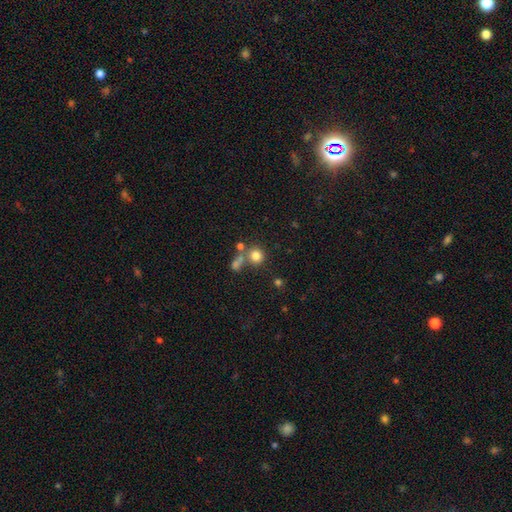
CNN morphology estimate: A smooth galaxy with no disk features (78%) that is round (88%).

Vote fractions:
- Smooth or featured? smooth: 78% / star or artifact: 14% / featured or disk: 9%
- How rounded? round: 88% / in between: 11% / cigar-shaped: 1%
- Merging? none: 61% / merger: 24% / minor disturbance: 9% / major disturbance: 5%